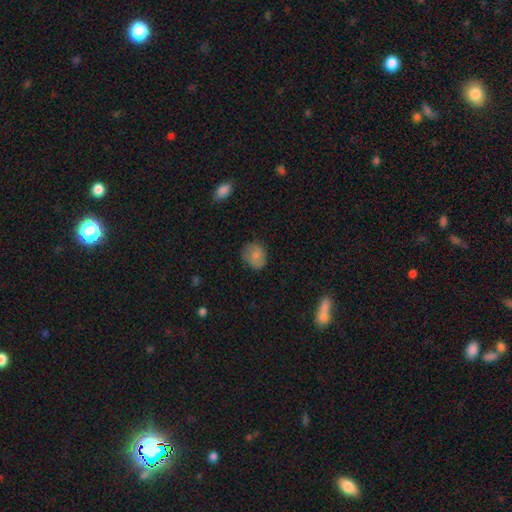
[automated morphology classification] Smooth or featured? Predicted: smooth (p=0.74). How rounded? Predicted: round (p=0.58). Merging? Predicted: none (p=0.72).